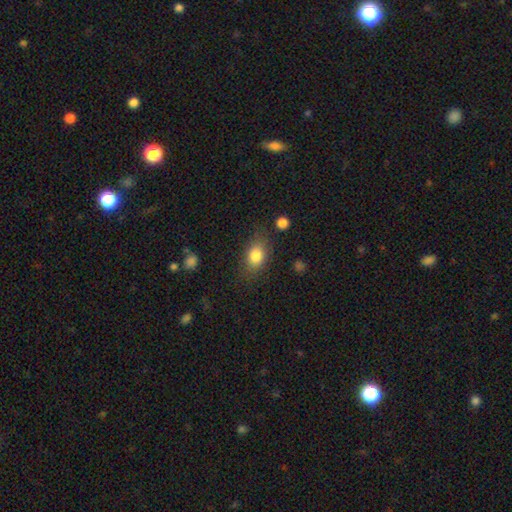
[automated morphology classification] smooth-or-featured: smooth: 82% | featured or disk: 10% | star or artifact: 9%
  how-rounded: in between: 77% | round: 20% | cigar-shaped: 3%
  merging: none: 74% | minor disturbance: 17% | major disturbance: 6% | merger: 2%